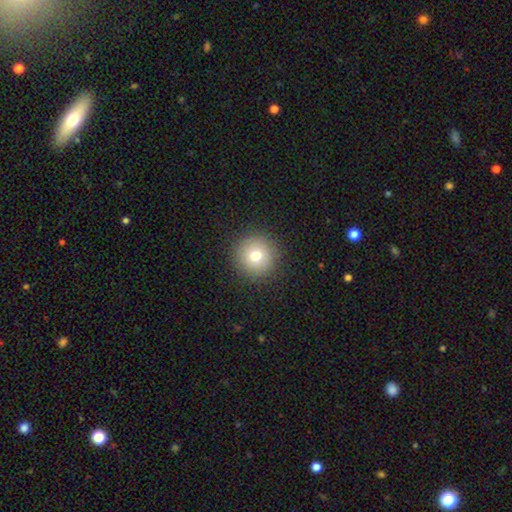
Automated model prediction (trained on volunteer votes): Q: Smooth or featured?
A: smooth (74%); runner-up: star or artifact (14%)
Q: How rounded?
A: round (95%); runner-up: in between (4%)
Q: Merging?
A: none (91%); runner-up: minor disturbance (6%)